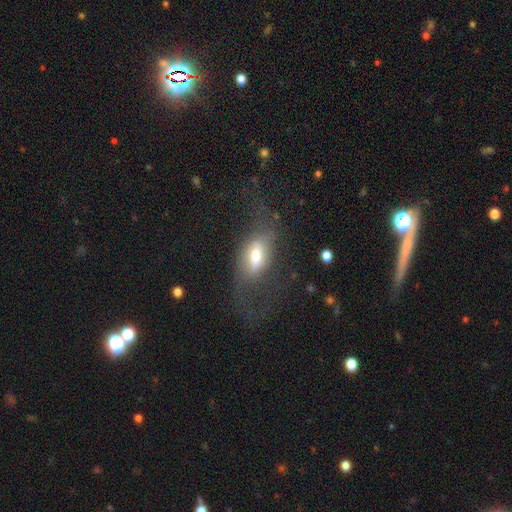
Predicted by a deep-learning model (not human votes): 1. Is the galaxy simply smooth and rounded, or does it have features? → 50% smooth, 41% featured or disk, 8% star or artifact.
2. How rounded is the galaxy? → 81% in between, 13% cigar-shaped, 6% round.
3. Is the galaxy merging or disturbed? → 43% none, 35% major disturbance, 19% minor disturbance, 3% merger.